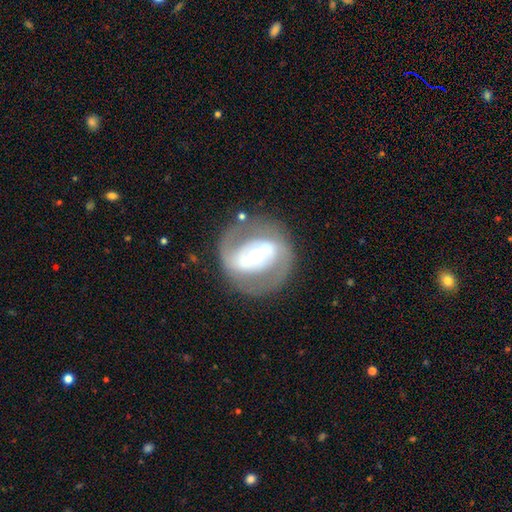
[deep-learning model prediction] This appears to be a featured or disk galaxy (78%) with a strong bar (52%), spiral arms (66%) and a moderate central bulge (61%). Merging: none (75%).